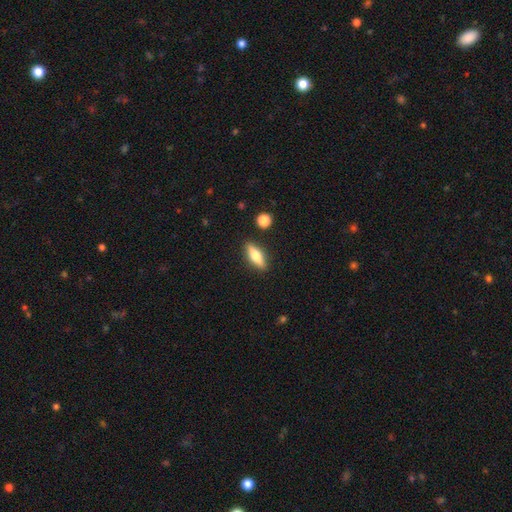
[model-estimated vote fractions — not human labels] This is possibly a smooth galaxy (59%). How rounded: possibly in between (54%). Merging: clearly none (87%).